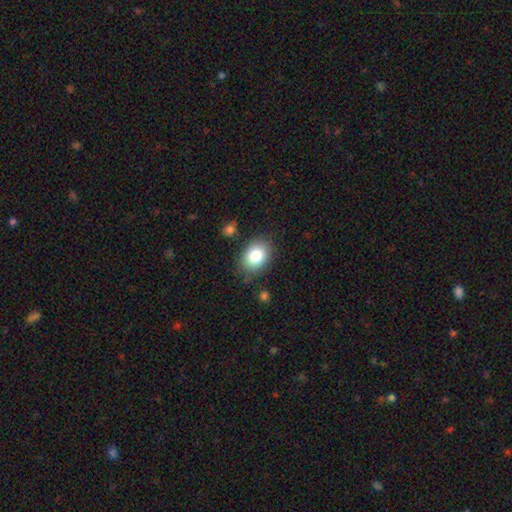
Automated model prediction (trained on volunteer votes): Q: Smooth or featured?
A: smooth (82%); runner-up: featured or disk (9%)
Q: How rounded?
A: in between (70%); runner-up: round (29%)
Q: Merging?
A: none (82%); runner-up: minor disturbance (12%)